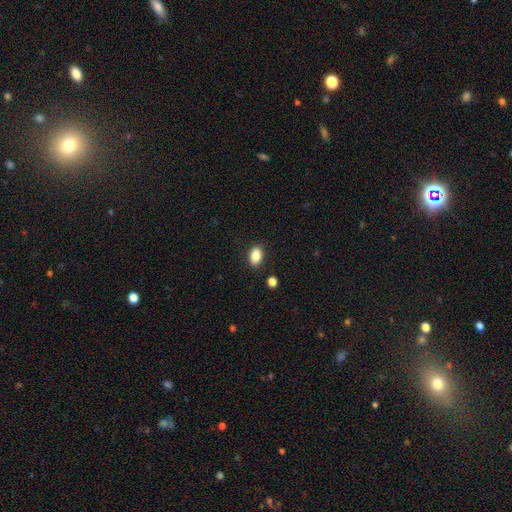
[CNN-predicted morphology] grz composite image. It shows a smooth galaxy with no disk features (86%) that is in between round and cigar-shaped (89%). Merging: none (88%).